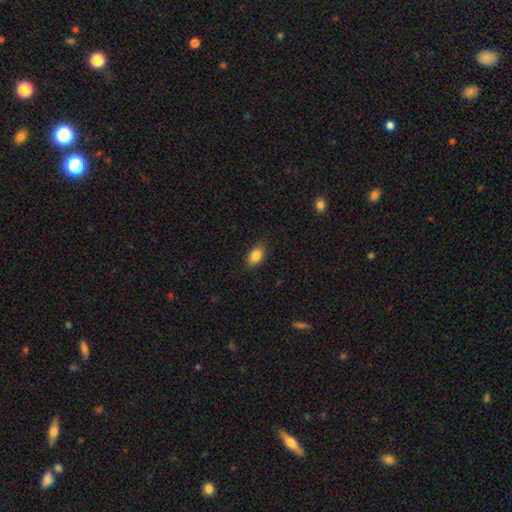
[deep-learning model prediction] Smooth or featured? smooth (85%)
How rounded? in between (90%)
Merging? none (86%)